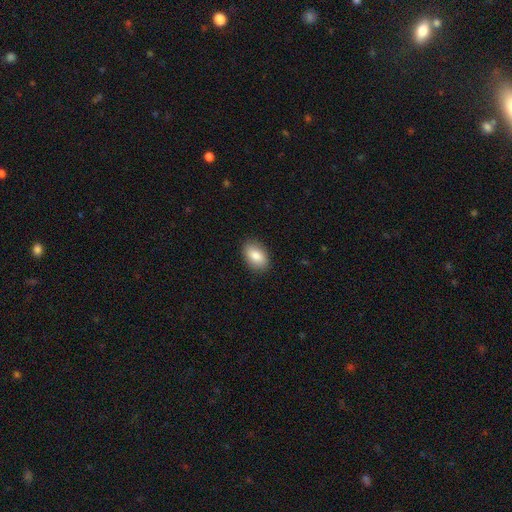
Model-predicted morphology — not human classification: Overall: smooth (84%). How rounded: in between (90%). Merging: none (88%).